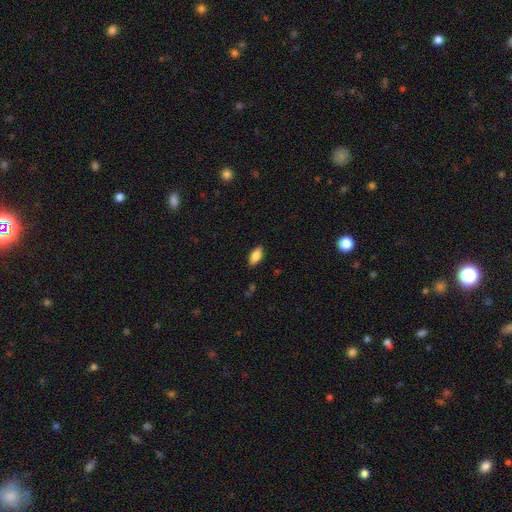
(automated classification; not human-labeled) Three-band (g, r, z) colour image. It shows a smooth galaxy with no disk features (85%) that is in between round and cigar-shaped (87%). Merging: none (87%).